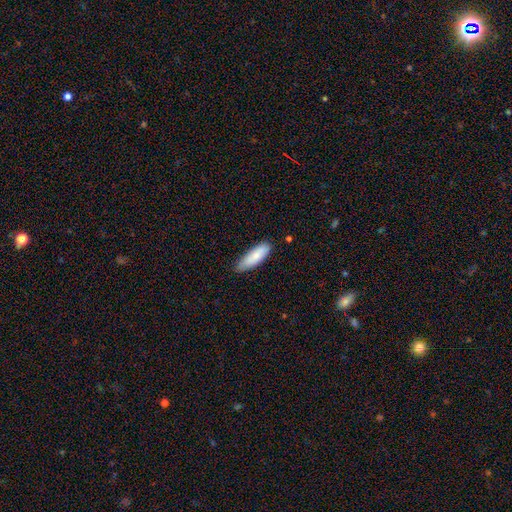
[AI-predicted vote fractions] smooth-or-featured: smooth: 79% | featured or disk: 15% | star or artifact: 6%
  how-rounded: in between: 56% | cigar-shaped: 43% | round: 2%
  merging: none: 76% | minor disturbance: 20% | major disturbance: 3% | merger: 1%